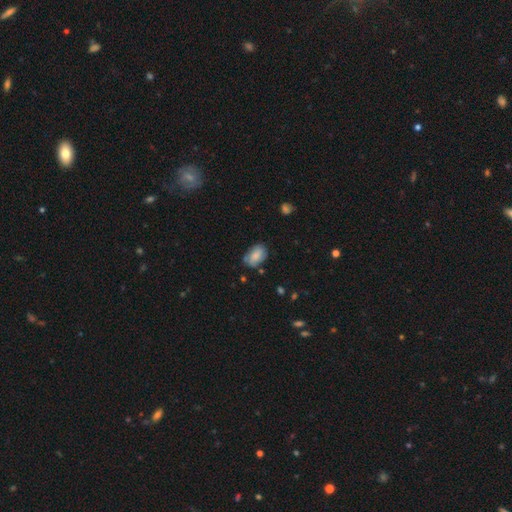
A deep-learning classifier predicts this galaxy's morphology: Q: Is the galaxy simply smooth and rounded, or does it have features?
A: smooth — 74%.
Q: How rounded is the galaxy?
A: in between — 88%.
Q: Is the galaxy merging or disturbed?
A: none — 65%.